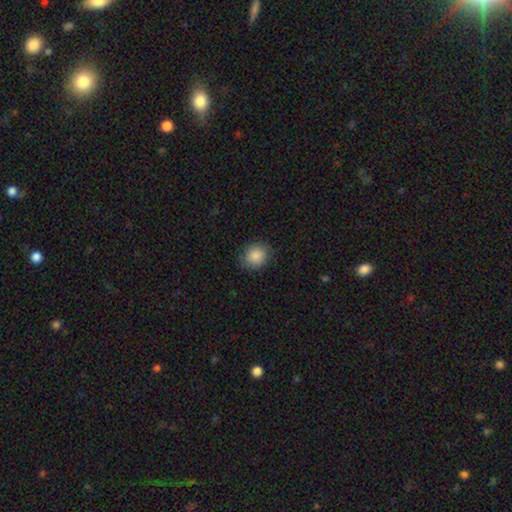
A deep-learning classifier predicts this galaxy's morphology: This appears to be a smooth galaxy with no disk features (88%) that is round (77%). Merging: none (87%).